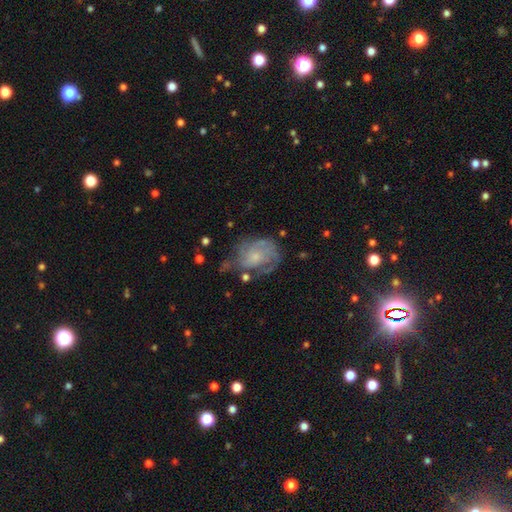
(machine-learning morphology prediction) Smooth or featured?
  - featured or disk: 72% *
  - smooth: 20%
  - star or artifact: 8%
Edge-on disk?
  - no: 98% *
  - yes: 2%
Bar?
  - no: 75% *
  - weak: 22%
  - strong: 3%
Spiral arms?
  - yes: 85% *
  - no: 15%
Spiral winding?
  - tight: 49% *
  - medium: 37%
  - loose: 14%
Spiral arm count?
  - can't tell: 37% *
  - 2: 27%
  - 3: 18%
  - 1: 8%
  - 4: 6%
  - more than 4: 4%
Bulge size?
  - small: 55% *
  - moderate: 29%
  - none: 11%
  - large: 4%
  - dominant: 1%
Merging?
  - none: 51% *
  - minor disturbance: 25%
  - major disturbance: 20%
  - merger: 4%